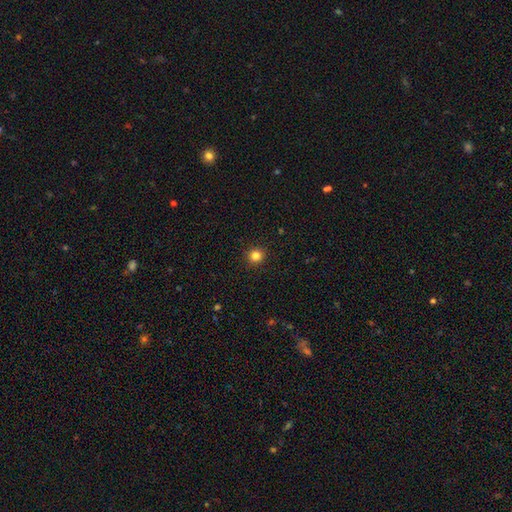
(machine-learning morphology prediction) smooth-or-featured: smooth: 83% | star or artifact: 12% | featured or disk: 4%
  how-rounded: round: 93% | in between: 6% | cigar-shaped: 1%
  merging: none: 93% | minor disturbance: 5% | major disturbance: 2% | merger: 1%